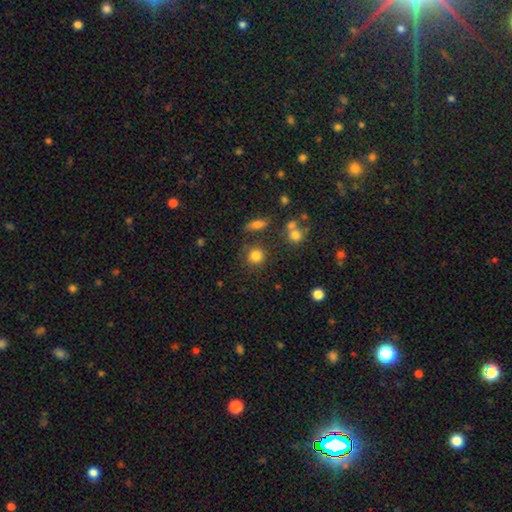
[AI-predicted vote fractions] Q: Smooth or featured?
A: smooth (81%); runner-up: star or artifact (12%)
Q: How rounded?
A: round (89%); runner-up: in between (10%)
Q: Merging?
A: none (78%); runner-up: minor disturbance (10%)